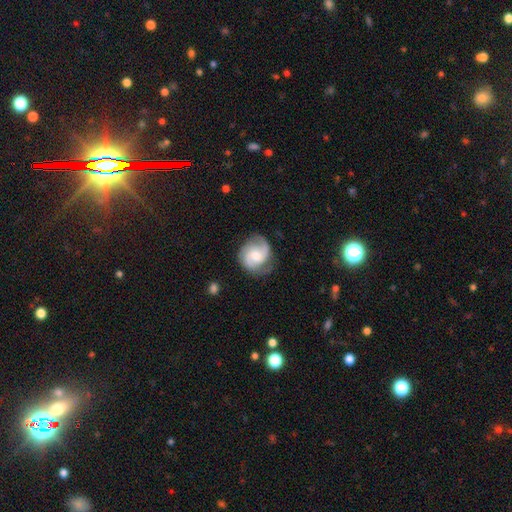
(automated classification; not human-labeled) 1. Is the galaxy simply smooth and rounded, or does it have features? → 75% featured or disk, 19% smooth, 6% star or artifact.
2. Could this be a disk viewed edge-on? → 98% no, 2% yes.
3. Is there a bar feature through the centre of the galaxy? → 54% no, 39% weak, 7% strong.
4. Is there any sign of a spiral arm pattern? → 95% yes, 5% no.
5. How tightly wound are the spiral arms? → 49% medium, 32% tight, 19% loose.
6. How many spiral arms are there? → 68% 2, 14% 3, 9% can't tell, 4% 1, 2% 4, 2% more than 4.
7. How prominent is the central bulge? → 56% moderate, 33% small, 7% large, 3% none, 1% dominant.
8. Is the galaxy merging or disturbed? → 72% none, 19% minor disturbance, 7% major disturbance, 1% merger.